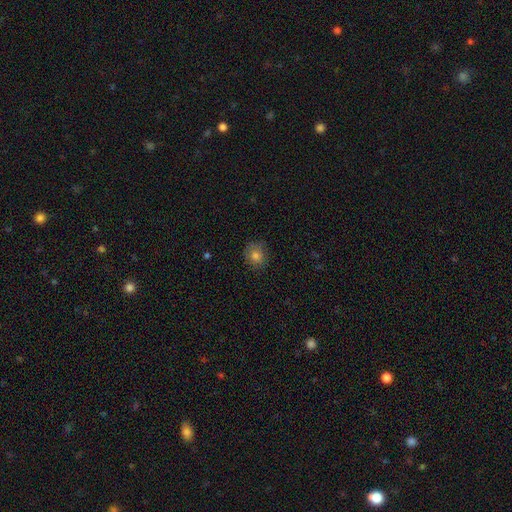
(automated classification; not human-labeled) The model was most divided on "how rounded": round: 82%, in between: 17%, cigar-shaped: 1%. More confident: merging — none (82%); smooth or featured — smooth (79%).